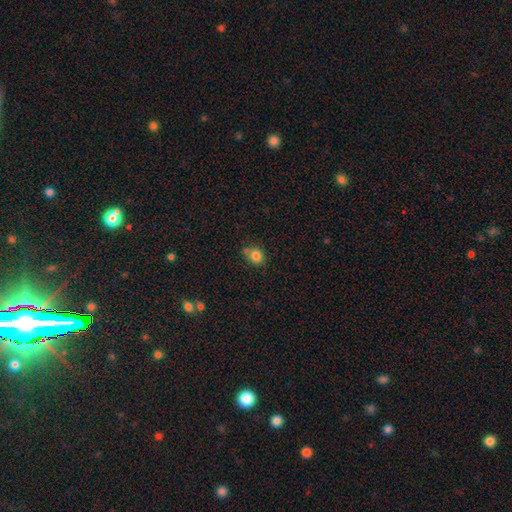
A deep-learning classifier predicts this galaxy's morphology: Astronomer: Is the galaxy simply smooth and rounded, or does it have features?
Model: smooth — 82%.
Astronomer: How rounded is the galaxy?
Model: round — 71%.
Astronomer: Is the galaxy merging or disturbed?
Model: none — 65%.